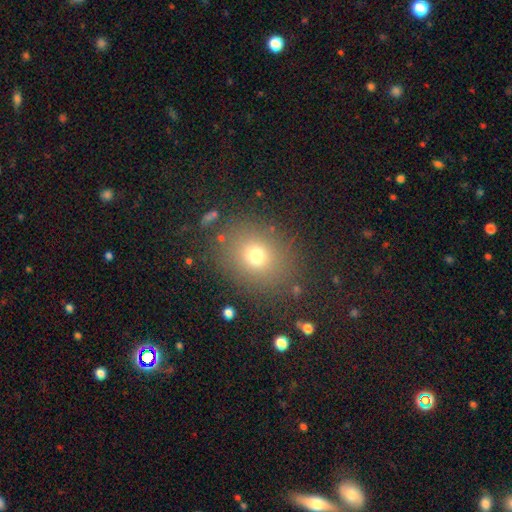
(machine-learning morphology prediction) Smooth or featured?
  - smooth: 73% *
  - star or artifact: 17%
  - featured or disk: 10%
How rounded?
  - round: 66% *
  - in between: 33%
  - cigar-shaped: 1%
Merging?
  - none: 84% *
  - minor disturbance: 9%
  - major disturbance: 4%
  - merger: 3%